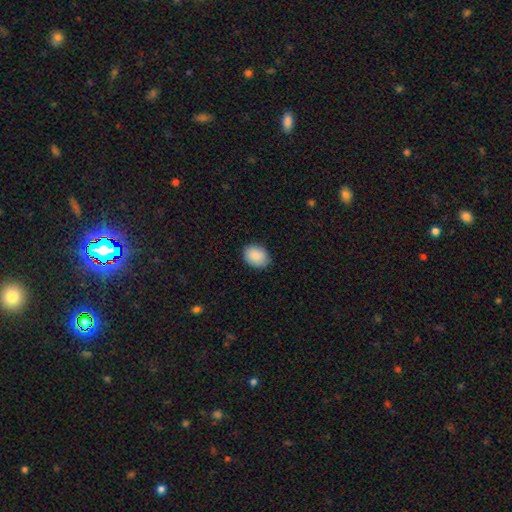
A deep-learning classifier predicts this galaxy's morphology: type=smooth (89%); roundness=in between (58%); merging=none (86%).